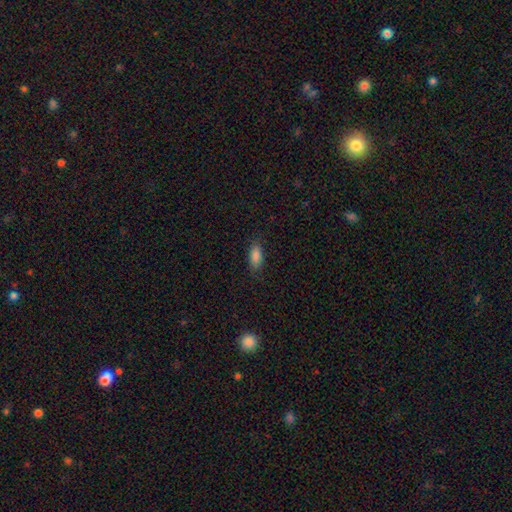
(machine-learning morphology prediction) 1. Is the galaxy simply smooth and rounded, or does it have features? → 87% smooth, 8% star or artifact, 5% featured or disk.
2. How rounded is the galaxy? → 85% in between, 12% cigar-shaped, 3% round.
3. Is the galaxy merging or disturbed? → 82% none, 14% minor disturbance, 3% major disturbance, 1% merger.